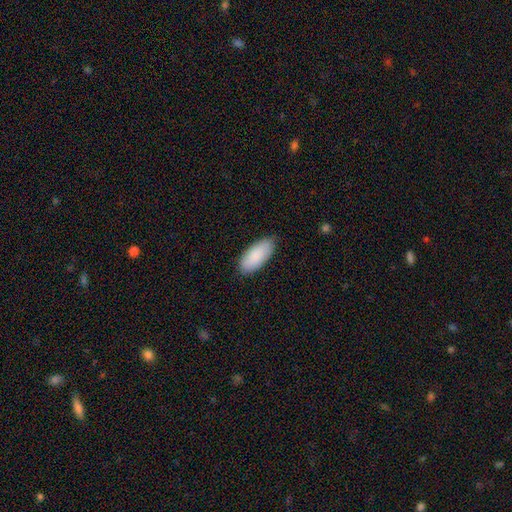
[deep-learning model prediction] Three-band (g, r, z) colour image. It shows a smooth galaxy with no disk features (88%) that is in between round and cigar-shaped (89%). Merging: none (82%).